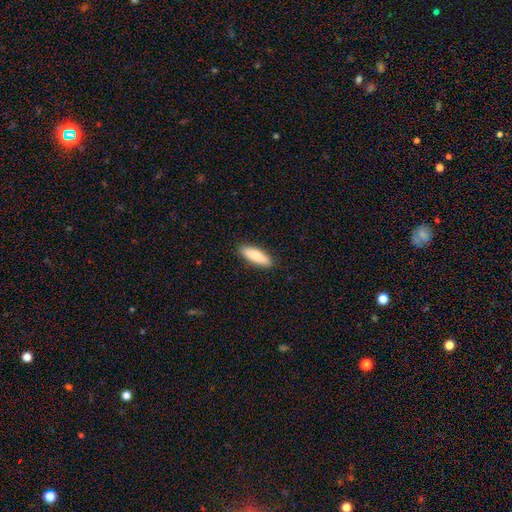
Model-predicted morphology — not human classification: Smooth or featured? smooth (82%)
How rounded? cigar-shaped (54%)
Merging? none (89%)